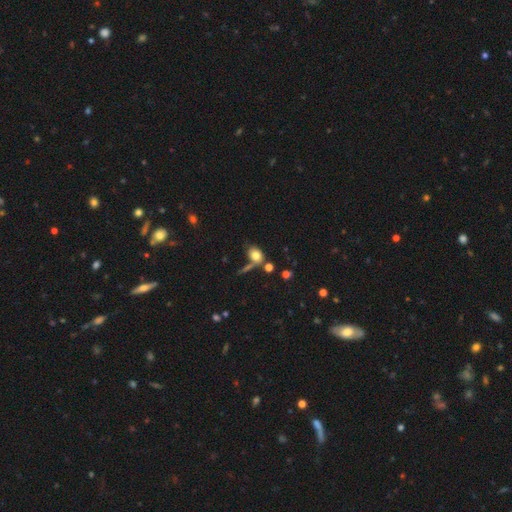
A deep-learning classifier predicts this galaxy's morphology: smooth-or-featured: smooth: 77% | featured or disk: 13% | star or artifact: 10%
  how-rounded: in between: 72% | round: 26% | cigar-shaped: 2%
  merging: none: 50% | merger: 24% | minor disturbance: 16% | major disturbance: 10%